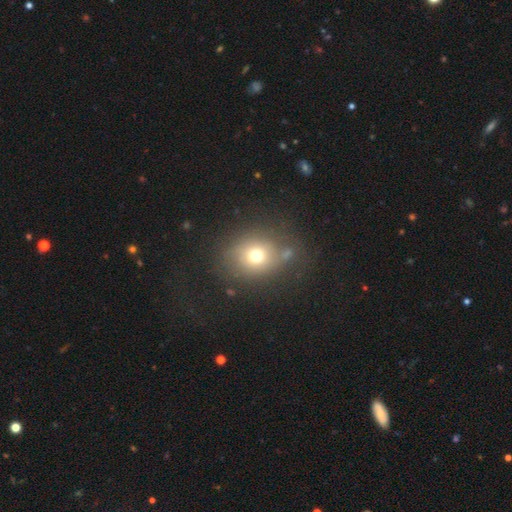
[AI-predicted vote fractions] This appears to be a smooth galaxy with no disk features (68%) that is round (71%). Merging: none (69%).